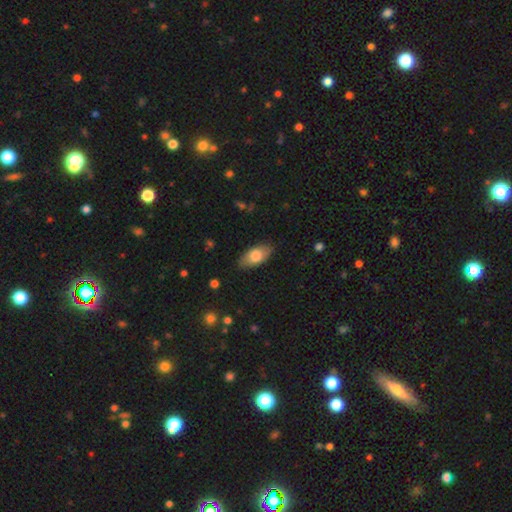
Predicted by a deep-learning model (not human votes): Morphology: type=smooth (76%); roundness=in between (91%); merging=none (84%).